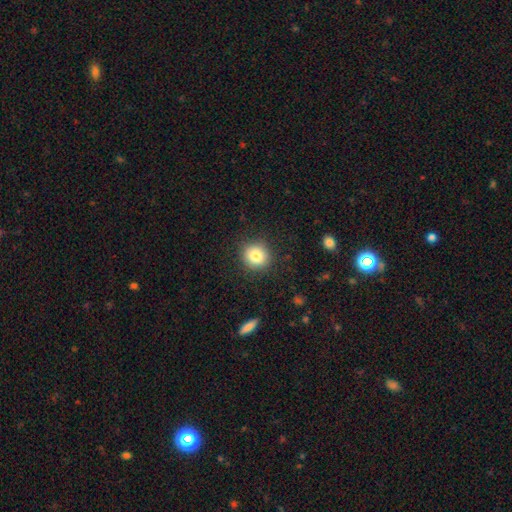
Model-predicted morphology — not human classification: smooth 82%, star or artifact 10%, featured or disk 8%. Down the decision tree: how rounded — round (87%); merging — none (89%).